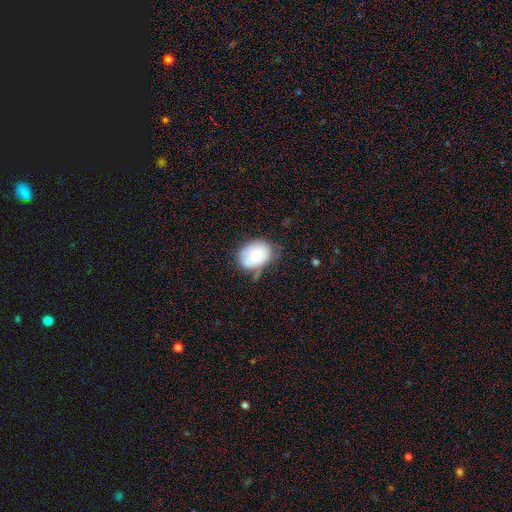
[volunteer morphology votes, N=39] This is likely a smooth galaxy (62%). How rounded: likely in between (75%). Merging: marginally none (42%).